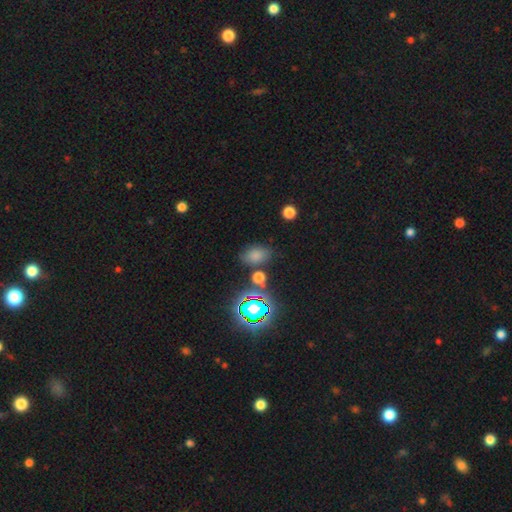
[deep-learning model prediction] Smooth or featured: smooth — 67% (star or artifact — 23%)
How rounded: in between — 79% (round — 19%)
Merging: none — 74% (minor disturbance — 14%)